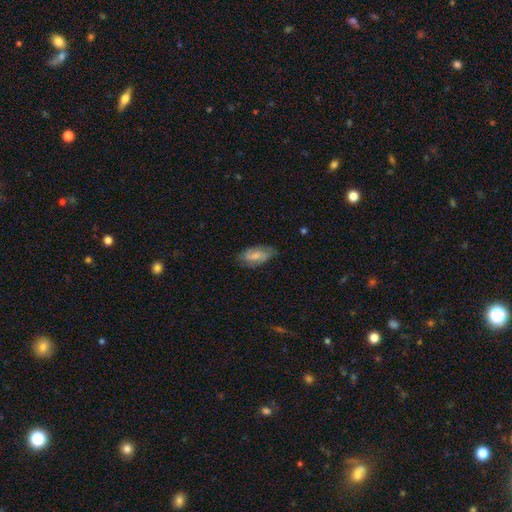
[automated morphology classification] smooth 55%, featured or disk 38%, star or artifact 7%. Down the decision tree: how rounded — in between (90%); merging — none (66%).